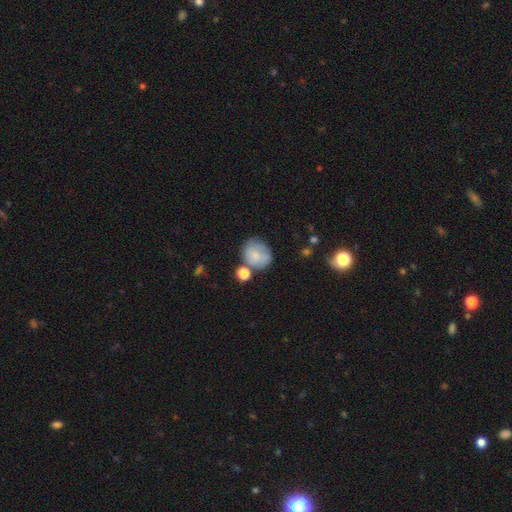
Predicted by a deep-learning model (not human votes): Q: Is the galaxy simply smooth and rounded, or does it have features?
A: smooth — 74%.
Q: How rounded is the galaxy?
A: round — 72%.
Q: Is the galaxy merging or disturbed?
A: none — 53%.